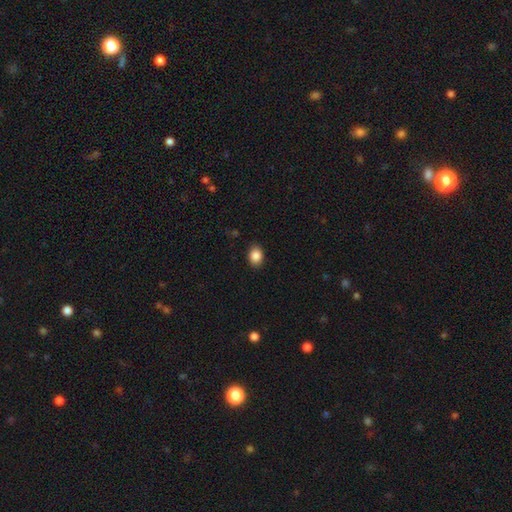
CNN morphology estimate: Smooth or featured: smooth — 88% (star or artifact — 9%)
How rounded: in between — 65% (round — 34%)
Merging: none — 89% (minor disturbance — 8%)